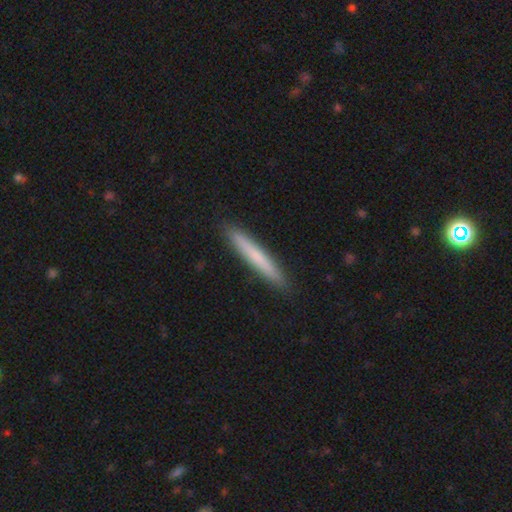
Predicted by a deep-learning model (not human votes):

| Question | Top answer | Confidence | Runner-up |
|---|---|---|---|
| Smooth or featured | smooth | 70% | featured or disk (25%) |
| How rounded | cigar-shaped | 96% | in between (3%) |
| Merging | none | 92% | minor disturbance (6%) |